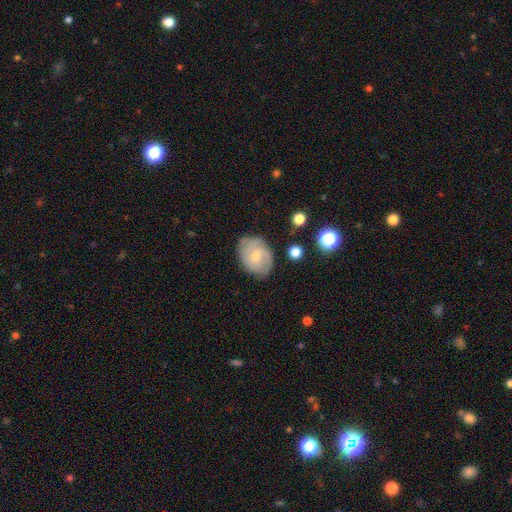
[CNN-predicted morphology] Q: Smooth or featured?
A: featured or disk (63%); runner-up: smooth (30%)
Q: Edge-on disk?
A: no (97%); runner-up: yes (3%)
Q: Bar?
A: no (56%); runner-up: weak (39%)
Q: Spiral arms?
A: yes (89%); runner-up: no (11%)
Q: Spiral winding?
A: tight (51%); runner-up: medium (37%)
Q: Spiral arm count?
A: 2 (34%); tied with: can't tell (34%)
Q: Bulge size?
A: small (61%); runner-up: moderate (33%)
Q: Merging?
A: none (73%); runner-up: minor disturbance (20%)